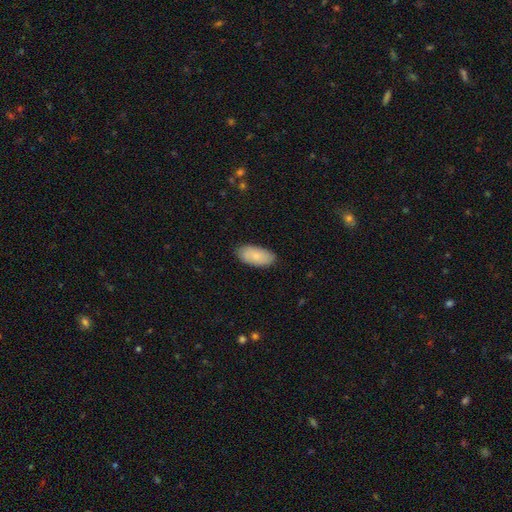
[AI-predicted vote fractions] This is clearly a smooth galaxy (83%). How rounded: clearly in between (92%). Merging: clearly none (85%).